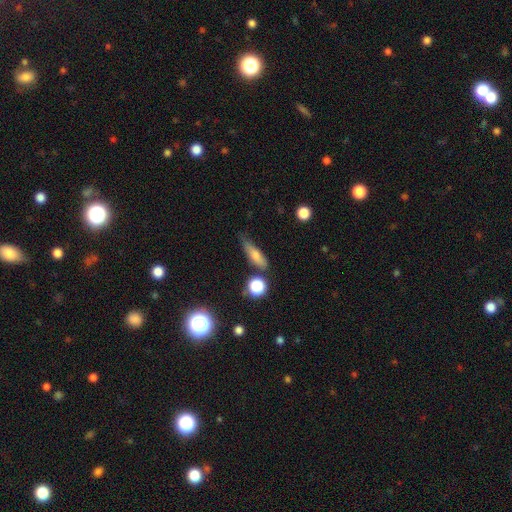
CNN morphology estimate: smooth 69%, featured or disk 20%, star or artifact 11%. Down the decision tree: how rounded — cigar-shaped (54%); merging — none (58%).